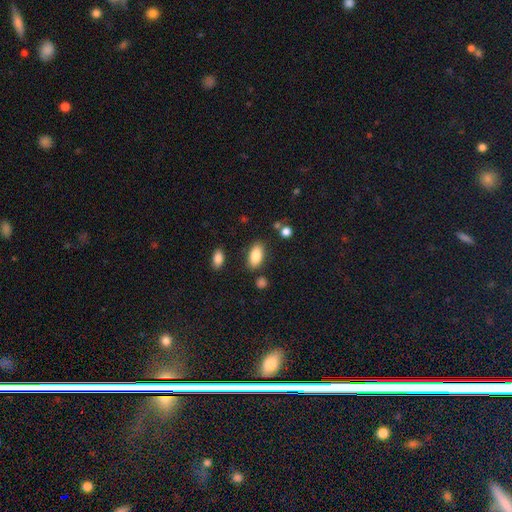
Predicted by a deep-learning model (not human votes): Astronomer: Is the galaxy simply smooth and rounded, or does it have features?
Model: smooth — 85%.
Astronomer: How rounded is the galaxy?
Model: in between — 91%.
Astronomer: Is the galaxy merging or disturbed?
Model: none — 81%.